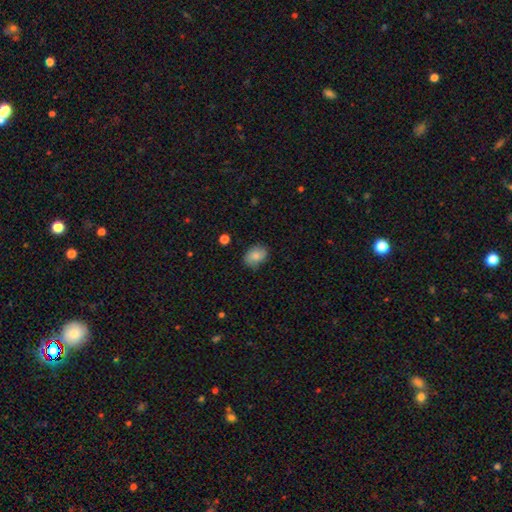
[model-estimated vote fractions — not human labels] A smooth galaxy with no disk features (83%) that is in between round and cigar-shaped (68%). Merging: none (76%).